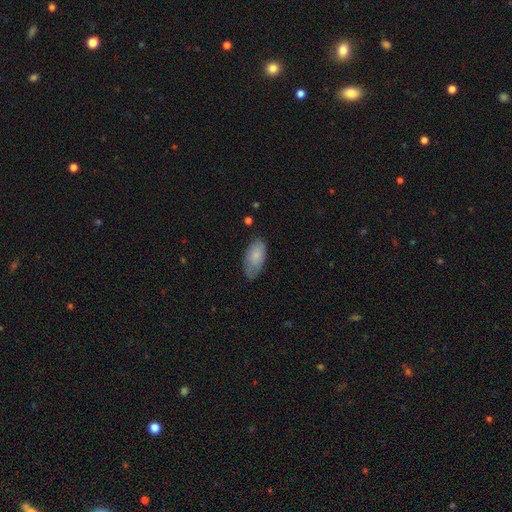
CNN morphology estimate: Smooth or featured: smooth — 81% (featured or disk — 13%)
How rounded: in between — 93% (cigar-shaped — 5%)
Merging: none — 66% (minor disturbance — 27%)